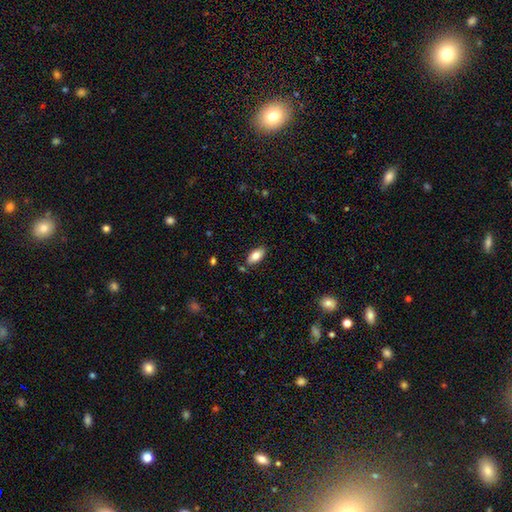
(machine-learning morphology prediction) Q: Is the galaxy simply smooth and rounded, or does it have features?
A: smooth — 82%.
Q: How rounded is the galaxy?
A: in between — 91%.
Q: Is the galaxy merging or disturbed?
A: none — 82%.